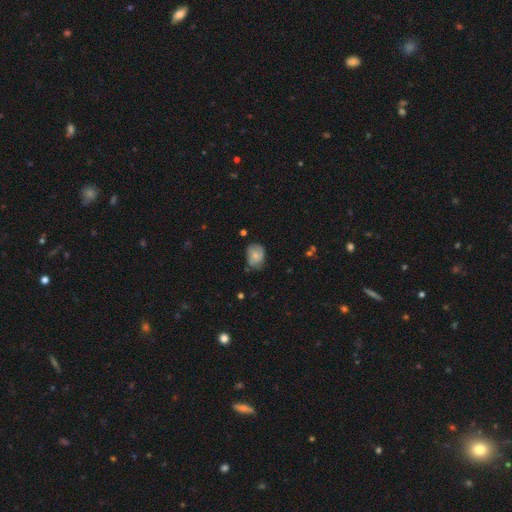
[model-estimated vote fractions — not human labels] Smooth or featured?
  - smooth: 62% *
  - featured or disk: 29%
  - star or artifact: 9%
How rounded?
  - in between: 60% *
  - round: 39%
  - cigar-shaped: 1%
Merging?
  - none: 53% *
  - minor disturbance: 35%
  - major disturbance: 9%
  - merger: 3%